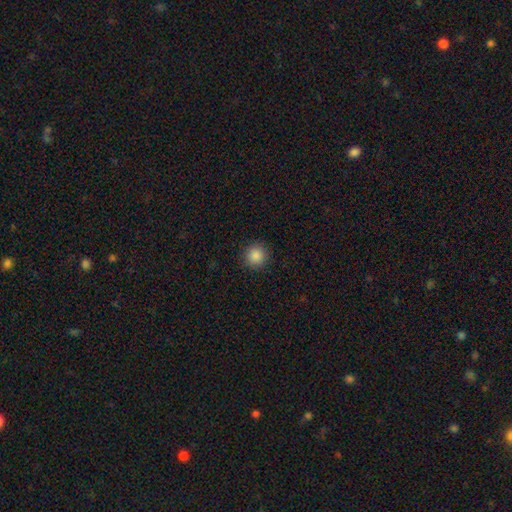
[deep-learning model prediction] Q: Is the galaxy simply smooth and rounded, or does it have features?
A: smooth — 87%.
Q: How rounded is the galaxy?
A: round — 94%.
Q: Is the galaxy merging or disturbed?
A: none — 92%.